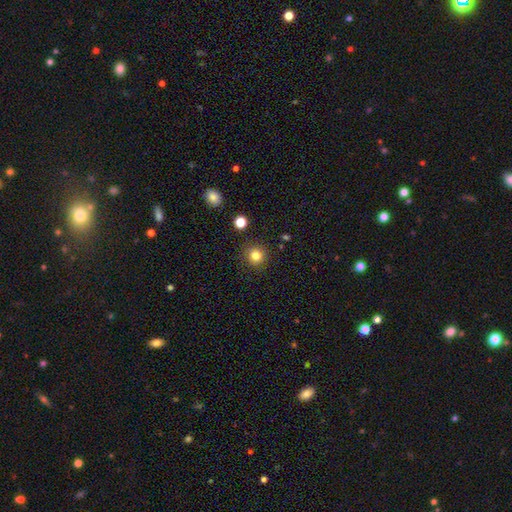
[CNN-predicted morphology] The model was most divided on "smooth or featured": smooth: 82%, star or artifact: 12%, featured or disk: 6%. More confident: how rounded — round (94%); merging — none (90%).